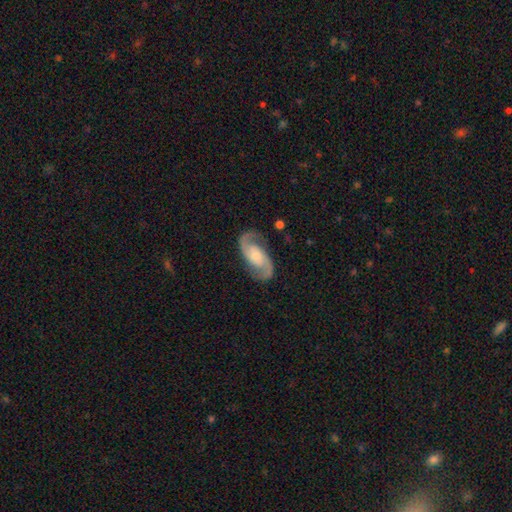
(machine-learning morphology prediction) Smooth or featured? Predicted: featured or disk (p=0.89). Edge-on disk? Predicted: no (p=0.97). Bar? Predicted: no (p=0.58). Spiral arms? Predicted: yes (p=0.98). Spiral winding? Predicted: medium (p=0.56). Spiral arm count? Predicted: 2 (p=0.94). Bulge size? Predicted: moderate (p=0.42). Merging? Predicted: none (p=0.82).